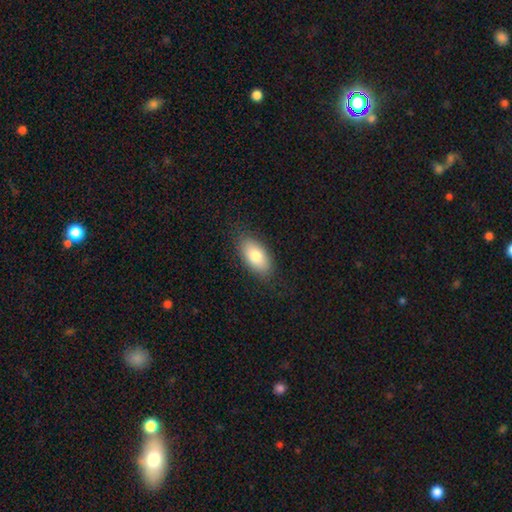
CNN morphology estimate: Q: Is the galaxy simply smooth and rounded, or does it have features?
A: smooth — 80%.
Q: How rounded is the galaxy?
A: in between — 91%.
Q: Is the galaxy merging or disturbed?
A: none — 84%.